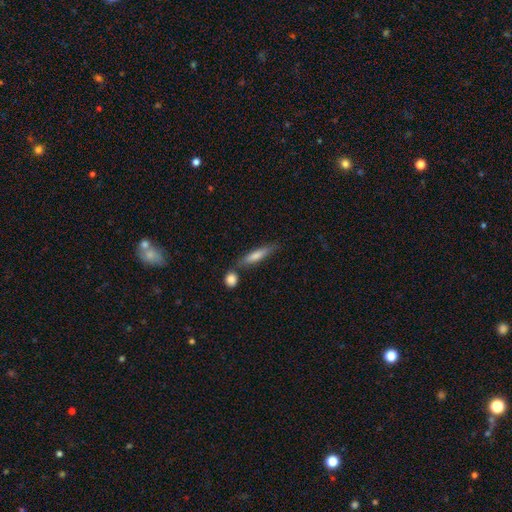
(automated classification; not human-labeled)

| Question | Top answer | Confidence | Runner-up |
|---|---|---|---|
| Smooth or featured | smooth | 64% | featured or disk (29%) |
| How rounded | cigar-shaped | 80% | in between (18%) |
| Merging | none | 68% | merger (14%) |